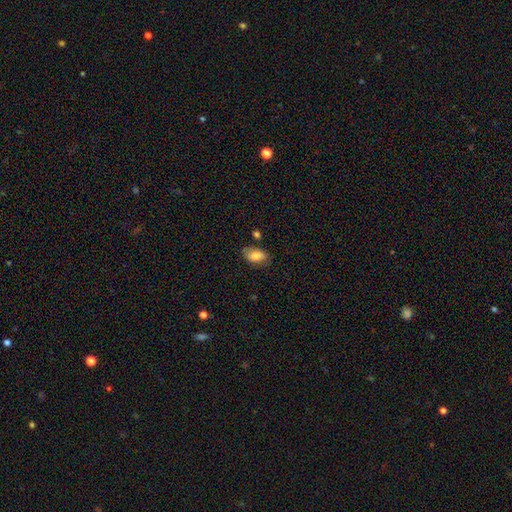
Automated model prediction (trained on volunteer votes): Smooth or featured? Predicted: smooth (p=0.81). How rounded? Predicted: in between (p=0.92). Merging? Predicted: none (p=0.73).